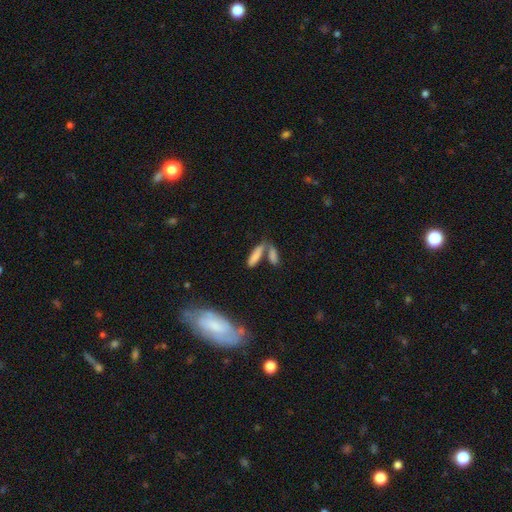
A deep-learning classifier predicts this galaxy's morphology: smooth-or-featured: smooth: 79% | featured or disk: 13% | star or artifact: 8%
  how-rounded: cigar-shaped: 60% | in between: 38% | round: 2%
  merging: none: 48% | merger: 38% | minor disturbance: 10% | major disturbance: 4%